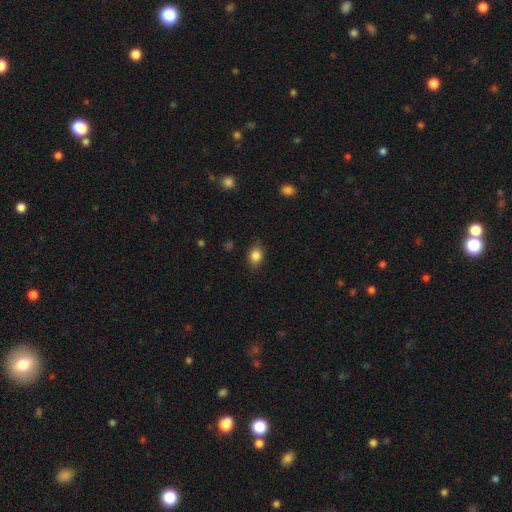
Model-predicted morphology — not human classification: A smooth galaxy with no disk features (86%) that is in between round and cigar-shaped (64%).

Vote fractions:
- Smooth or featured? smooth: 86% / star or artifact: 9% / featured or disk: 5%
- How rounded? in between: 64% / round: 35% / cigar-shaped: 1%
- Merging? none: 82% / minor disturbance: 14% / major disturbance: 3% / merger: 1%